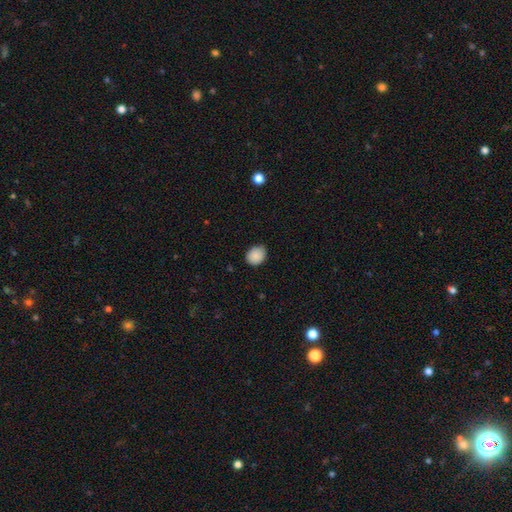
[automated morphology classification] Overall: smooth (89%). How rounded: in between (50%; round 49%). Merging: none (82%).